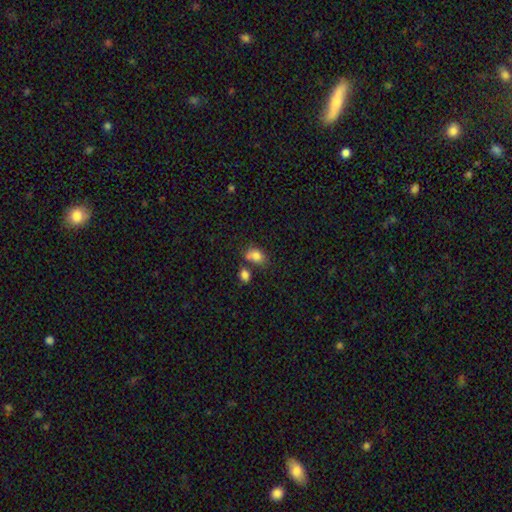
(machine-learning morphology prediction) The model was most divided on "merging": none: 46%, merger: 29%, minor disturbance: 18%, major disturbance: 7%. More confident: smooth or featured — smooth (80%); how rounded — in between (74%).